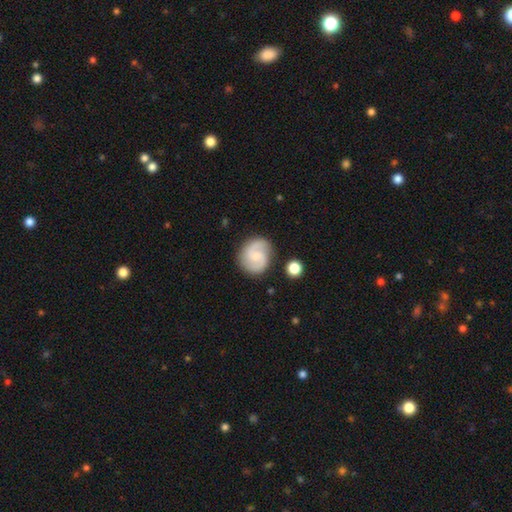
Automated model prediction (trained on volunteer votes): Q: Smooth or featured?
A: featured or disk (79%); runner-up: smooth (16%)
Q: Edge-on disk?
A: no (98%); runner-up: yes (2%)
Q: Bar?
A: no (51%); runner-up: weak (42%)
Q: Spiral arms?
A: yes (97%); runner-up: no (3%)
Q: Spiral winding?
A: medium (54%); runner-up: tight (26%)
Q: Spiral arm count?
A: 2 (91%); runner-up: can't tell (3%)
Q: Bulge size?
A: small (57%); runner-up: moderate (28%)
Q: Merging?
A: none (83%); runner-up: minor disturbance (11%)